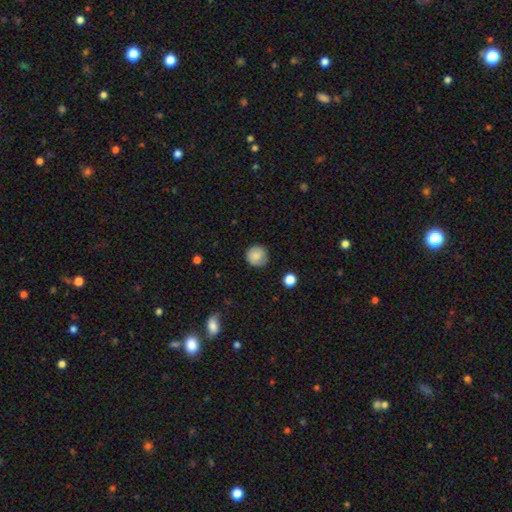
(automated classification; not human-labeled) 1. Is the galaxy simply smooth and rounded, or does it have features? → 84% smooth, 9% star or artifact, 7% featured or disk.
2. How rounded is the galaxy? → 93% round, 6% in between, 1% cigar-shaped.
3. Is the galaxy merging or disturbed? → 81% none, 14% minor disturbance, 3% major disturbance, 1% merger.